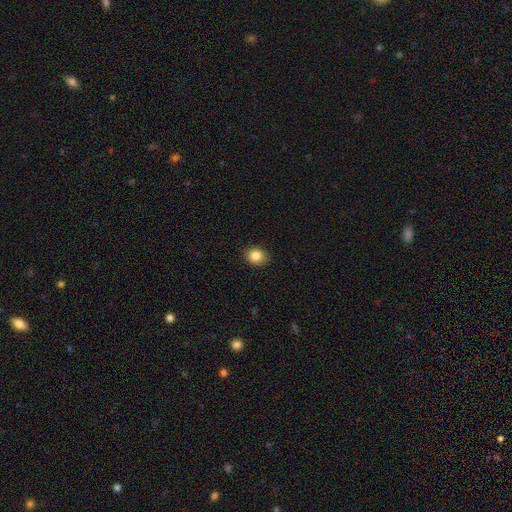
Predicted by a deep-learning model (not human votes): Q: Smooth or featured?
A: smooth (86%); runner-up: star or artifact (9%)
Q: How rounded?
A: round (67%); runner-up: in between (32%)
Q: Merging?
A: none (90%); runner-up: minor disturbance (8%)